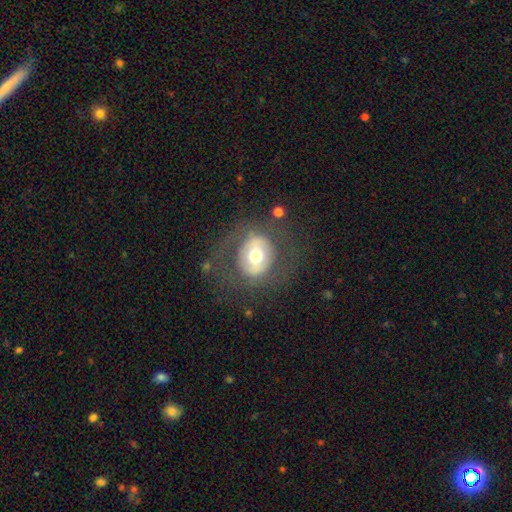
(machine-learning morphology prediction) This appears to be a smooth galaxy with no disk features (47%). Merging: none (70%).